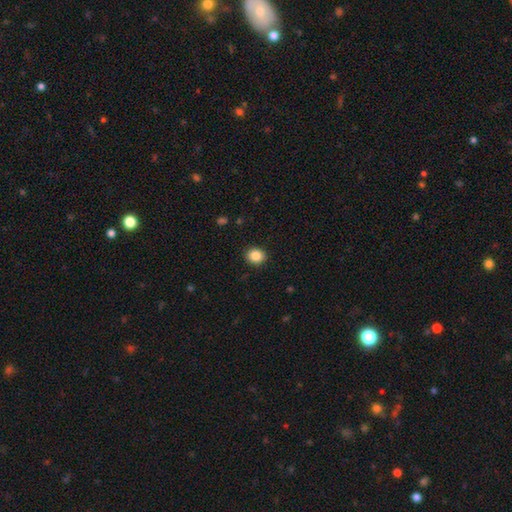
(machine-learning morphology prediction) Q: Smooth or featured?
A: smooth (86%); runner-up: star or artifact (9%)
Q: How rounded?
A: round (76%); runner-up: in between (23%)
Q: Merging?
A: none (91%); runner-up: minor disturbance (6%)